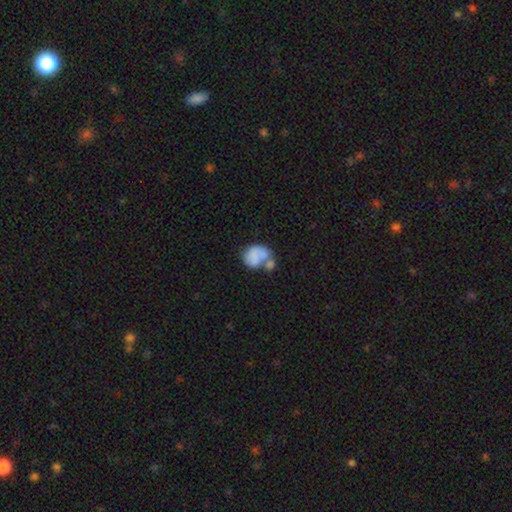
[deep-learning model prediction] Q: Smooth or featured?
A: smooth (67%); runner-up: featured or disk (25%)
Q: How rounded?
A: round (51%); runner-up: in between (48%)
Q: Merging?
A: merger (48%); runner-up: none (23%)